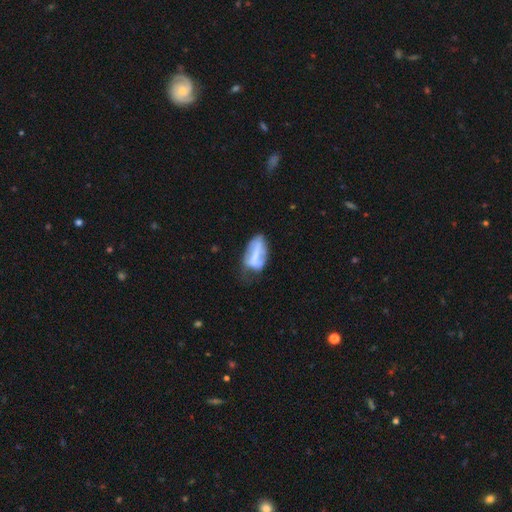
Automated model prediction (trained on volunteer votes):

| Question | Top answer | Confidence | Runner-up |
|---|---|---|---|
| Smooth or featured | smooth | 49% | featured or disk (43%) |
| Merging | minor disturbance | 36% | none (34%) |